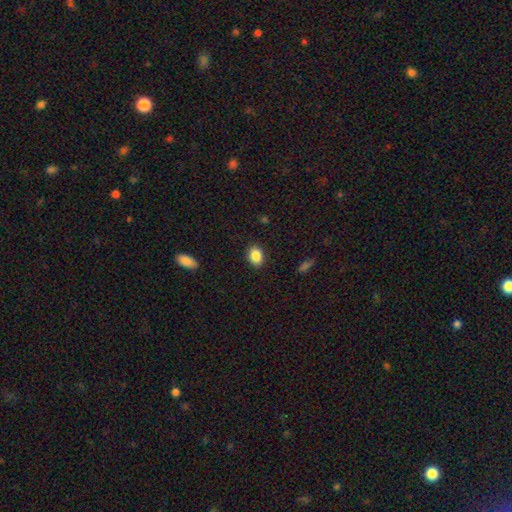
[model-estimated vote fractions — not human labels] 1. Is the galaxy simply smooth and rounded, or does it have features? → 87% smooth, 9% star or artifact, 5% featured or disk.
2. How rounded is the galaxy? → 71% in between, 28% round, 1% cigar-shaped.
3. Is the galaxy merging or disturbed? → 89% none, 8% minor disturbance, 2% major disturbance, 1% merger.